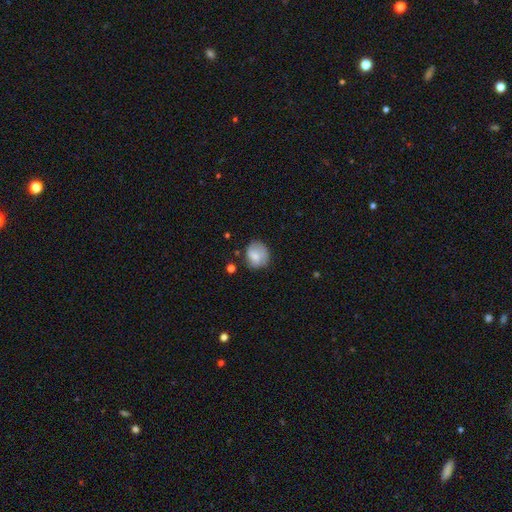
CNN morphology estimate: A smooth galaxy with no disk features (71%) that is round (73%). Merging: none (64%).